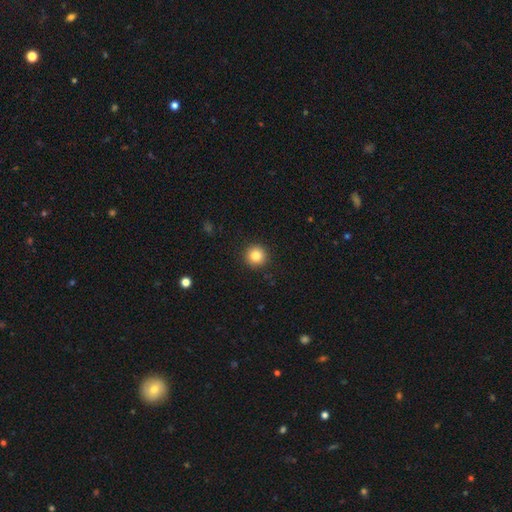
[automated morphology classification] Smooth or featured? Predicted: smooth (p=0.84). How rounded? Predicted: round (p=0.95). Merging? Predicted: none (p=0.92).